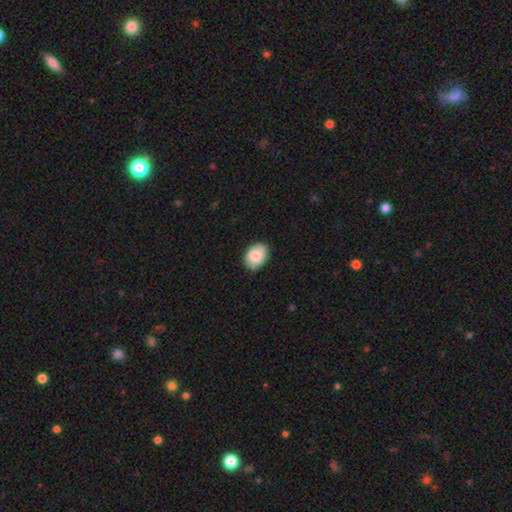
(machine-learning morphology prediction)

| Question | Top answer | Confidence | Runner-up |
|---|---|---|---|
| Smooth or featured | smooth | 80% | featured or disk (13%) |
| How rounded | in between | 73% | round (26%) |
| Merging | none | 83% | minor disturbance (13%) |